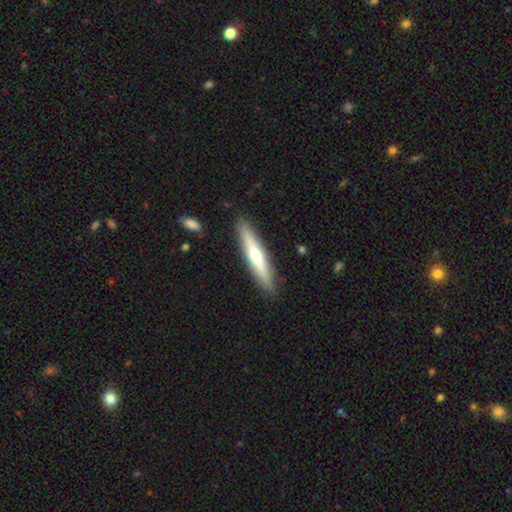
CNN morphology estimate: Smooth or featured? Predicted: smooth (p=0.52). How rounded? Predicted: cigar-shaped (p=0.90). Merging? Predicted: none (p=0.89).